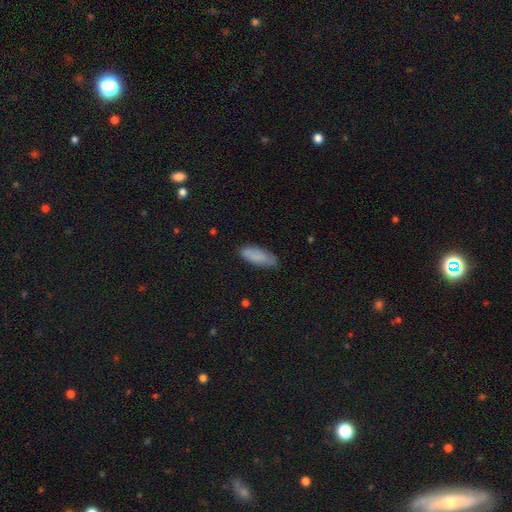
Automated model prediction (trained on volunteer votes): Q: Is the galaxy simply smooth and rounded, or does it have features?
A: smooth — 82%.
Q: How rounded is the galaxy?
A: in between — 68%.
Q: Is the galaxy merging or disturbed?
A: none — 74%.